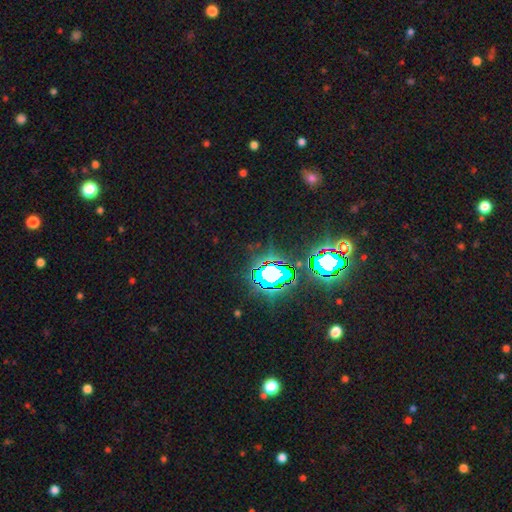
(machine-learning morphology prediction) Smooth or featured?
  - star or artifact: 82% *
  - smooth: 10%
  - featured or disk: 7%